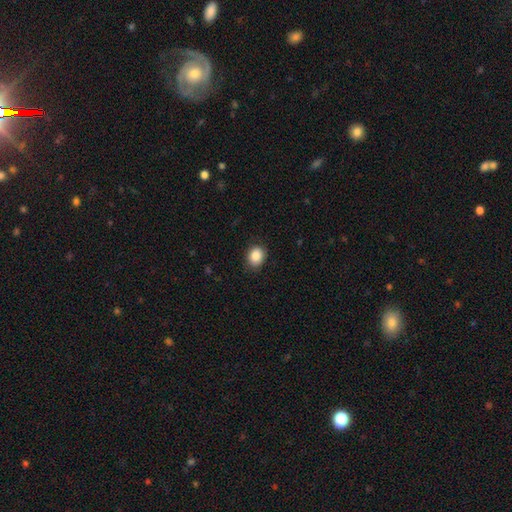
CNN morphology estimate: Smooth or featured: smooth — 87% (star or artifact — 9%)
How rounded: round — 52% (in between — 47%)
Merging: none — 86% (minor disturbance — 11%)